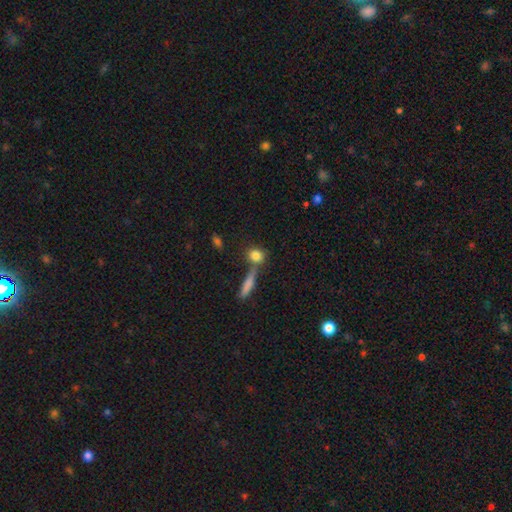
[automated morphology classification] This is clearly a smooth galaxy (81%). How rounded: likely round (64%). Merging: likely none (61%).